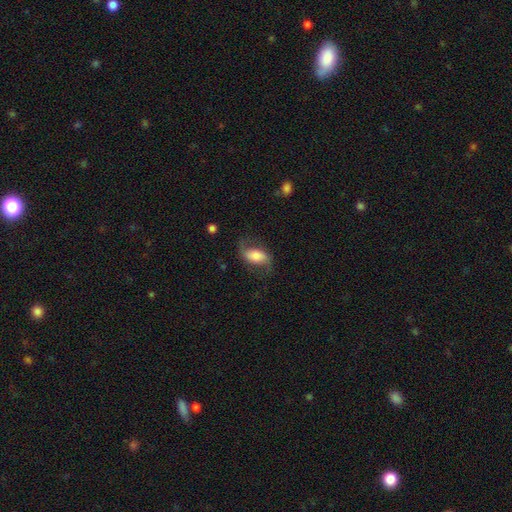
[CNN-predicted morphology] Smooth or featured? featured or disk (56%)
Edge-on disk? no (94%)
Bar? no (42%)
Spiral arms? yes (90%)
Bulge size? moderate (33%)
Merging? none (65%)